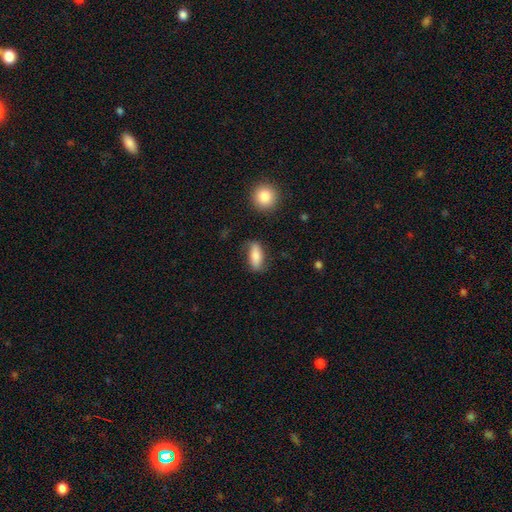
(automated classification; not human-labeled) smooth 79%, featured or disk 14%, star or artifact 7%. Down the decision tree: how rounded — in between (76%); merging — none (73%).